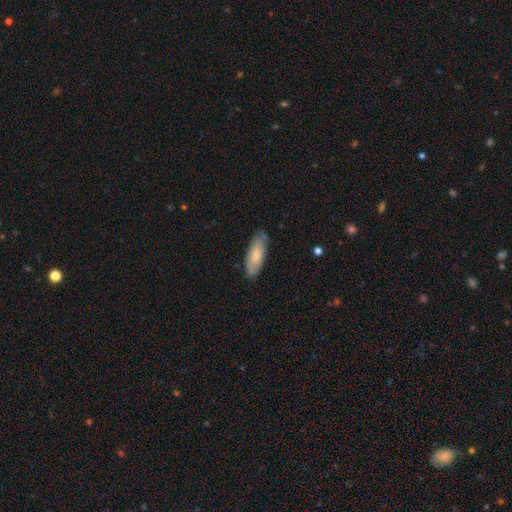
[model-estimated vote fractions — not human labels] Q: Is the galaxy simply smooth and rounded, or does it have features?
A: smooth — 74%.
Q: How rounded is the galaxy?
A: in between — 64%.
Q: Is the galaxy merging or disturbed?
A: none — 81%.